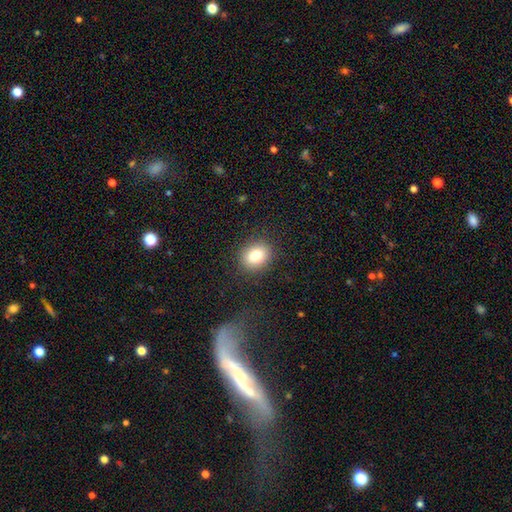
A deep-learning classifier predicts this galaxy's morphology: Overall: smooth (81%). How rounded: round (61%; in between 38%). Merging: none (87%).